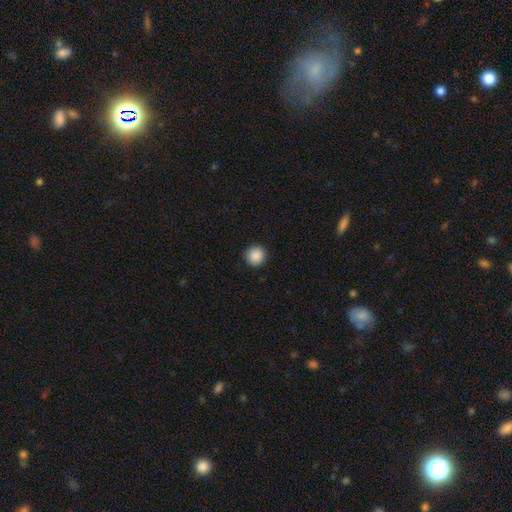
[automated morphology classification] Overall: smooth (89%). How rounded: round (95%). Merging: none (92%).